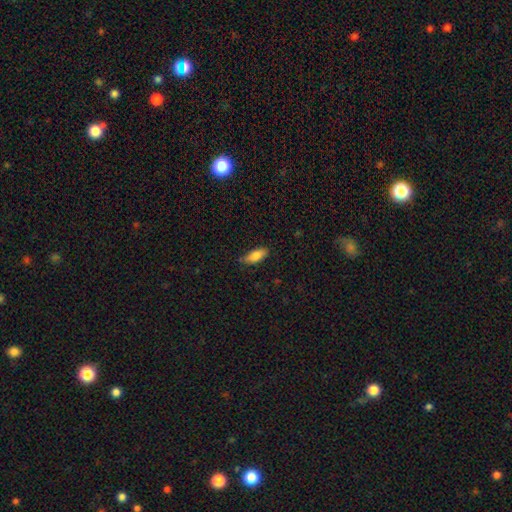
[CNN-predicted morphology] Smooth or featured?
  - smooth: 82% *
  - featured or disk: 12%
  - star or artifact: 7%
How rounded?
  - in between: 73% *
  - cigar-shaped: 25%
  - round: 2%
Merging?
  - none: 76% *
  - minor disturbance: 20%
  - major disturbance: 3%
  - merger: 1%